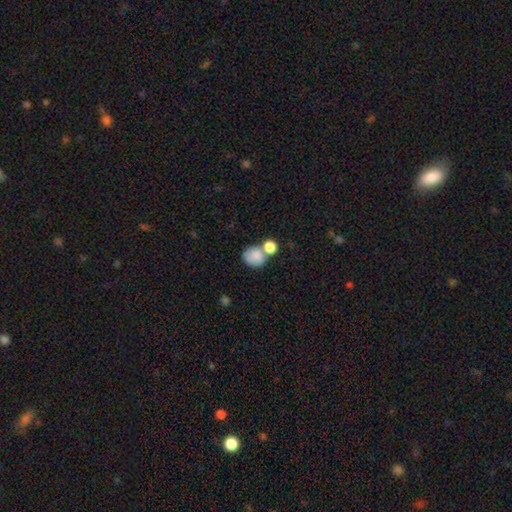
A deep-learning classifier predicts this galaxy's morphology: This is clearly a smooth galaxy (81%). How rounded: likely round (66%). Merging: marginally none (41%).